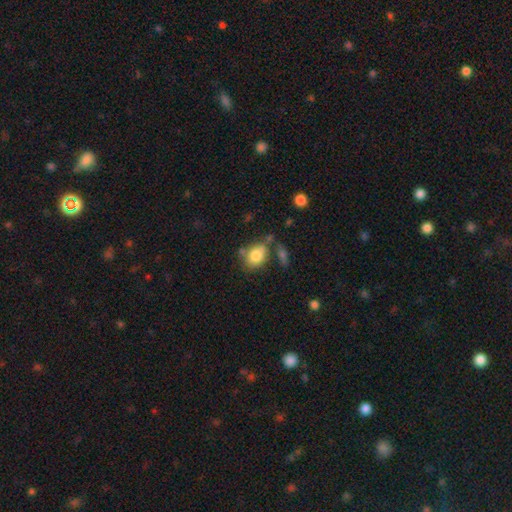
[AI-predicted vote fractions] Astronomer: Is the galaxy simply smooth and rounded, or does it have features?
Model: smooth — 80%.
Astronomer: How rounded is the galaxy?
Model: in between — 65%.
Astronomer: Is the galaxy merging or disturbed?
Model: none — 54%.